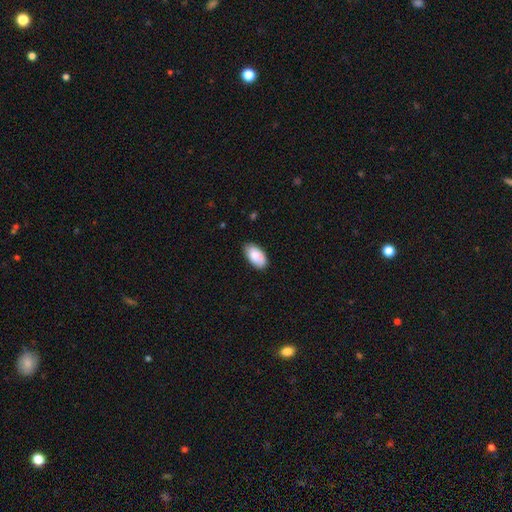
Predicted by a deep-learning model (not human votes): Q: Smooth or featured?
A: smooth (82%); runner-up: featured or disk (11%)
Q: How rounded?
A: in between (95%); runner-up: round (3%)
Q: Merging?
A: none (77%); runner-up: minor disturbance (19%)